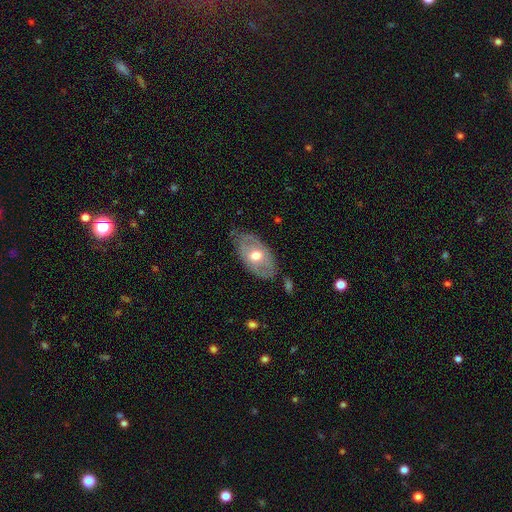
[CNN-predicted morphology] This is possibly a featured or disk galaxy (51%). It is clearly not viewed edge-on (87%). Merging: likely none (67%).